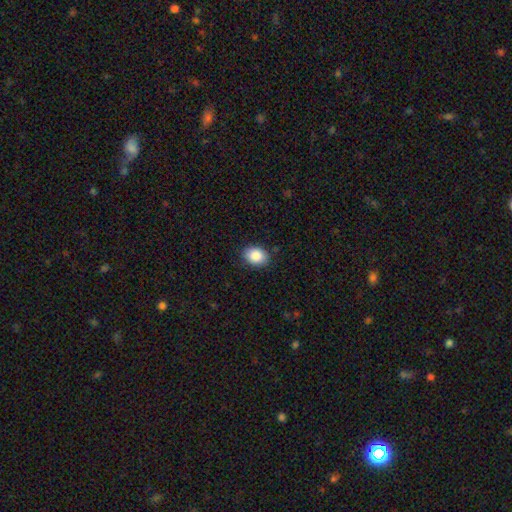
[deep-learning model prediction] smooth_or_featured: smooth (p=0.88) [alt: star or artifact p=0.08]
how_rounded: in between (p=0.67) [alt: round p=0.32]
merging: none (p=0.87) [alt: minor disturbance p=0.10]